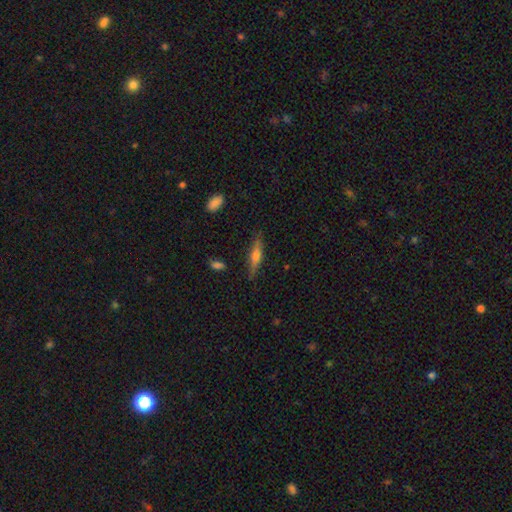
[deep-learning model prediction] The model was most divided on "smooth or featured": featured or disk: 51%, smooth: 42%, star or artifact: 7%. More confident: edge-on disk — yes (94%); merging — none (84%).